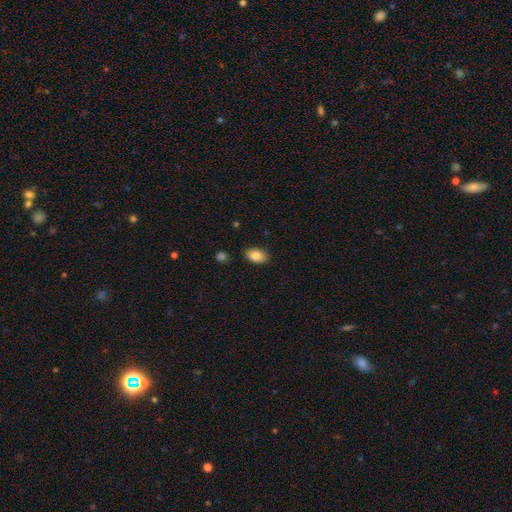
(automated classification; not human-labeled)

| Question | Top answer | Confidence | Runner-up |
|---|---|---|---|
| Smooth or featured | smooth | 85% | star or artifact (8%) |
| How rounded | in between | 90% | round (8%) |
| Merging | none | 85% | minor disturbance (11%) |